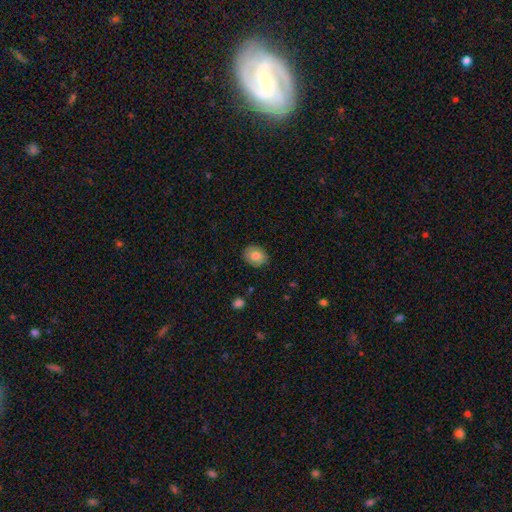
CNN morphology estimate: type=smooth (76%); roundness=in between (50%); merging=none (85%).